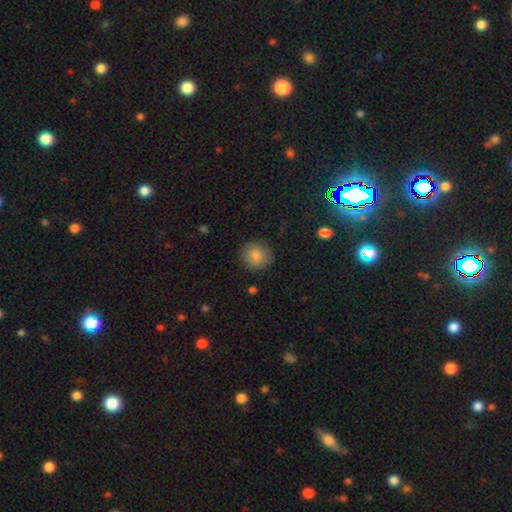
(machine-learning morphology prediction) smooth_or_featured: smooth (p=0.84) [alt: star or artifact p=0.08]
how_rounded: round (p=0.88) [alt: in between p=0.11]
merging: none (p=0.85) [alt: minor disturbance p=0.10]